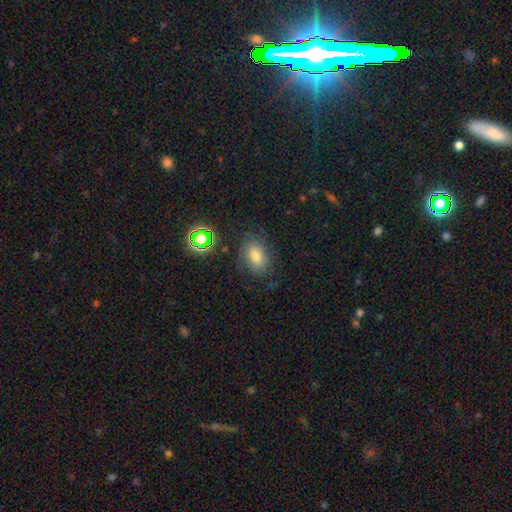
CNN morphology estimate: Smooth or featured?
  - smooth: 66% *
  - featured or disk: 17%
  - star or artifact: 17%
How rounded?
  - in between: 76% *
  - round: 23%
  - cigar-shaped: 2%
Merging?
  - none: 75% *
  - minor disturbance: 16%
  - major disturbance: 7%
  - merger: 2%